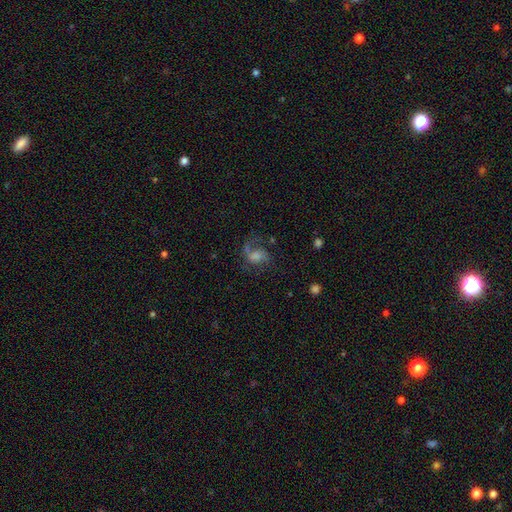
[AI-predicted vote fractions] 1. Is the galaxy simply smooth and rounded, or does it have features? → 62% featured or disk, 22% smooth, 15% star or artifact.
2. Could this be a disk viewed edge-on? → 97% no, 3% yes.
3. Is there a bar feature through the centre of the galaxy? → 58% no, 35% weak, 7% strong.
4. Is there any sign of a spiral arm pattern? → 88% yes, 12% no.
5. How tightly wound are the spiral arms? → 46% loose, 42% medium, 12% tight.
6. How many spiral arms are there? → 55% 2, 30% 1, 9% can't tell, 3% 3, 2% 4, 2% more than 4.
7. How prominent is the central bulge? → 37% moderate, 23% small, 21% large, 15% none, 4% dominant.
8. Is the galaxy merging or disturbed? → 52% none, 27% major disturbance, 17% minor disturbance, 3% merger.